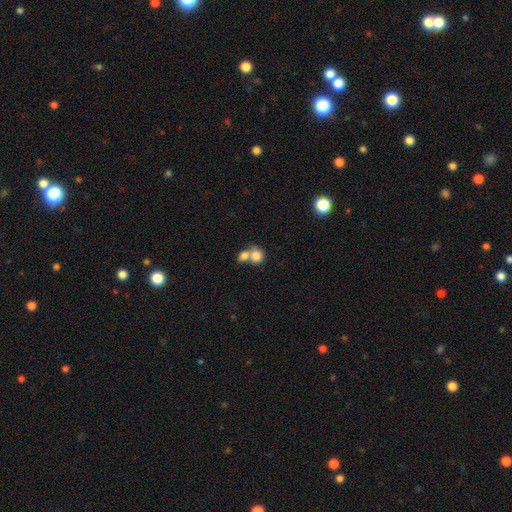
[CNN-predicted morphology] A smooth galaxy with no disk features (80%) that is round (69%). Merging: merger (63%).